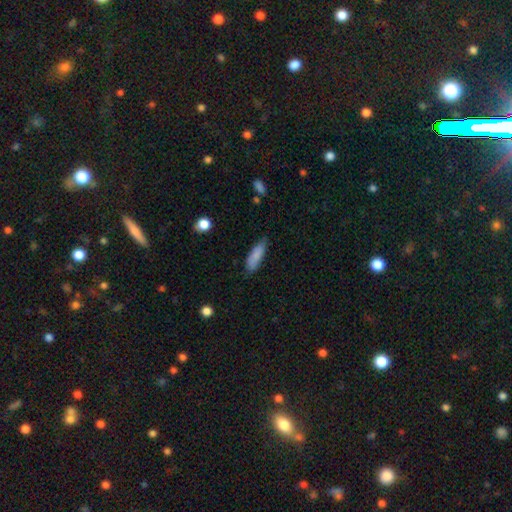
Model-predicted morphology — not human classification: Smooth or featured? Predicted: smooth (p=0.85). How rounded? Predicted: in between (p=0.58). Merging? Predicted: none (p=0.72).